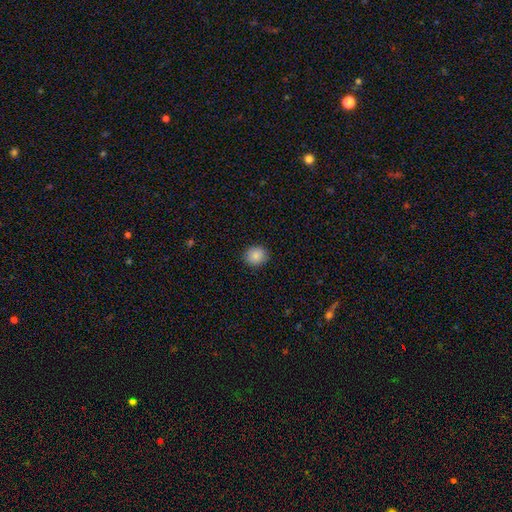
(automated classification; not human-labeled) Smooth or featured?
  - smooth: 86% *
  - star or artifact: 9%
  - featured or disk: 5%
How rounded?
  - round: 73% *
  - in between: 26%
  - cigar-shaped: 1%
Merging?
  - none: 90% *
  - minor disturbance: 7%
  - major disturbance: 2%
  - merger: 1%